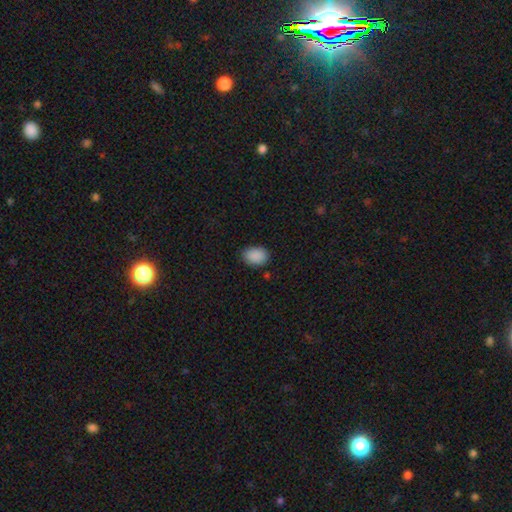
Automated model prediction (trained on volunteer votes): Smooth or featured?
  - smooth: 89% *
  - star or artifact: 8%
  - featured or disk: 3%
How rounded?
  - in between: 79% *
  - round: 20%
  - cigar-shaped: 1%
Merging?
  - none: 84% *
  - minor disturbance: 12%
  - major disturbance: 3%
  - merger: 1%